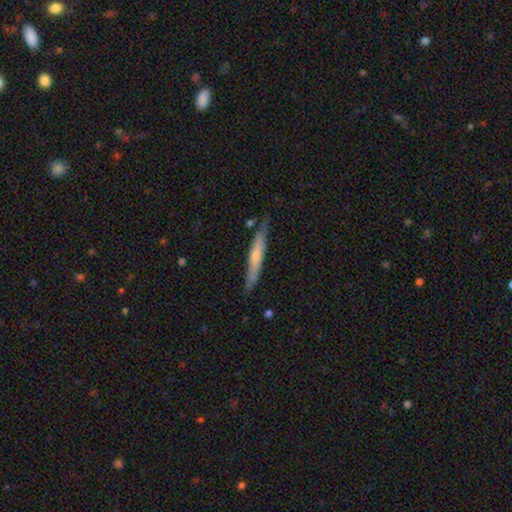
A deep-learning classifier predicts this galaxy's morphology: Smooth or featured: featured or disk — 65% (smooth — 27%)
Edge-on disk: yes — 94% (no — 6%)
Edge-on bulge: rounded — 68% (none — 24%)
Merging: none — 85% (minor disturbance — 11%)